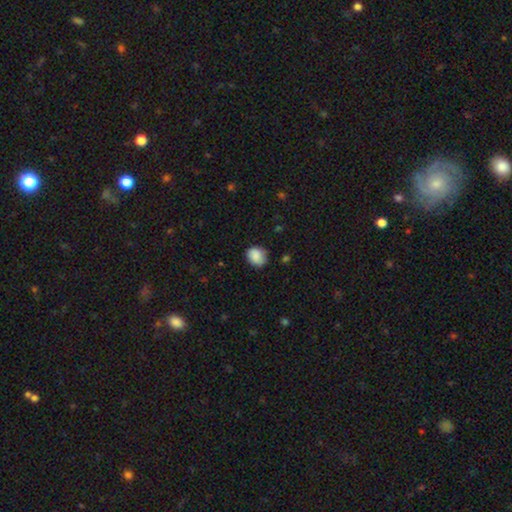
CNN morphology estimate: Smooth or featured? Predicted: smooth (p=0.85). How rounded? Predicted: round (p=0.65). Merging? Predicted: none (p=0.73).